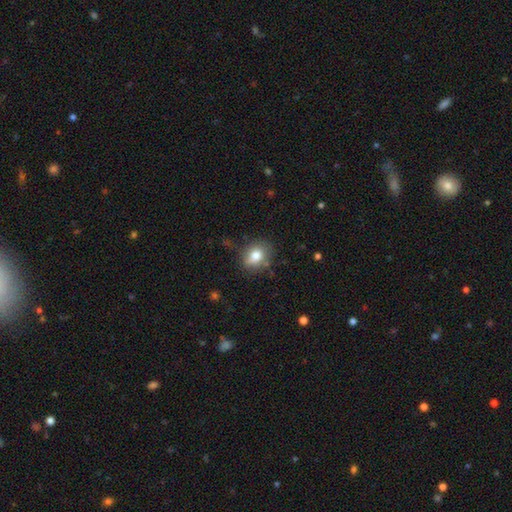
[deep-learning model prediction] The model was most divided on "how rounded": round: 54%, in between: 45%, cigar-shaped: 1%. More confident: smooth or featured — smooth (78%); merging — none (74%).